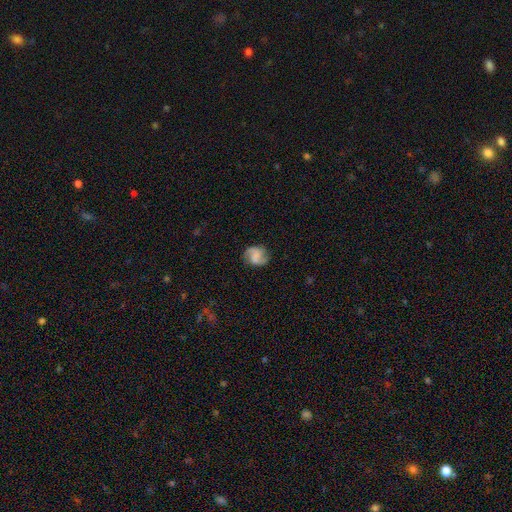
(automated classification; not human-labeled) Overall: featured or disk (61%; smooth 30%). Edge-on disk: no (98%). Bar: weak (43%; no 39%). Spiral arms: yes (92%). Spiral arm count: 2 (87%). Spiral winding: loose (44%; medium 41%). Bulge size: none (52%; small 22%). Merging: none (78%).